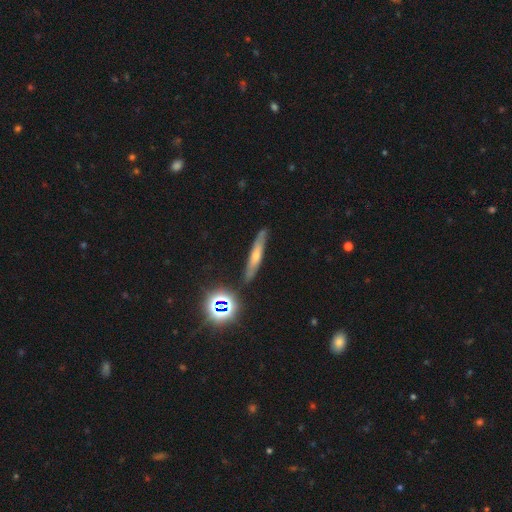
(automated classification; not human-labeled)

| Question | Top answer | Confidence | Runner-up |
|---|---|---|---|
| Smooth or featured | featured or disk | 43% | smooth (41%) |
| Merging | none | 83% | minor disturbance (12%) |